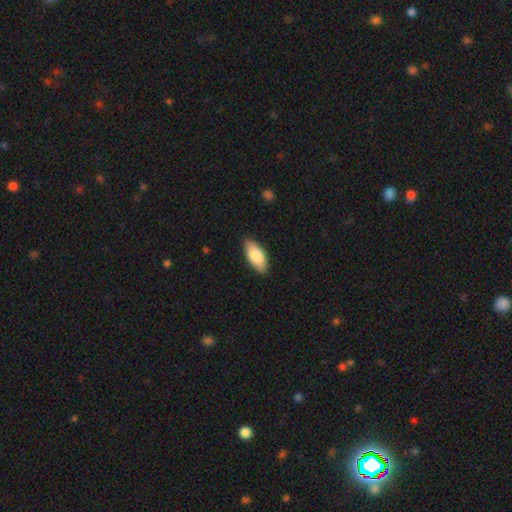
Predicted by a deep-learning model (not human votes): Smooth or featured? smooth (83%)
How rounded? in between (89%)
Merging? none (87%)